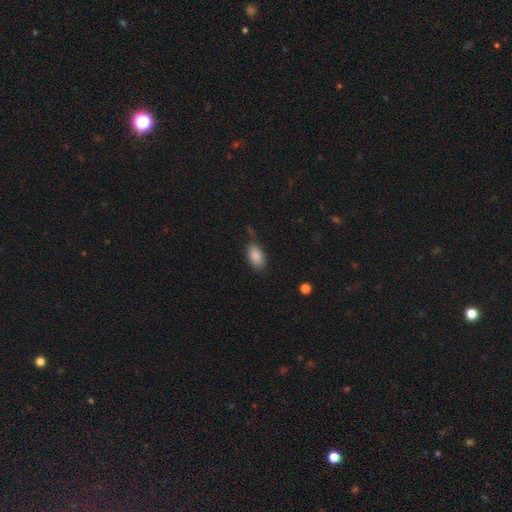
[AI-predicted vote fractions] Overall: smooth (87%). How rounded: in between (92%). Merging: none (67%).